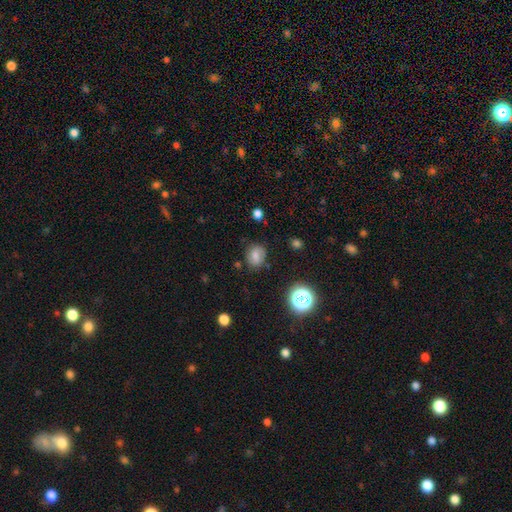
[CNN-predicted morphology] smooth_or_featured: smooth (p=0.69) [alt: featured or disk p=0.16]
how_rounded: round (p=0.50) [alt: in between p=0.49]
merging: none (p=0.76) [alt: minor disturbance p=0.17]